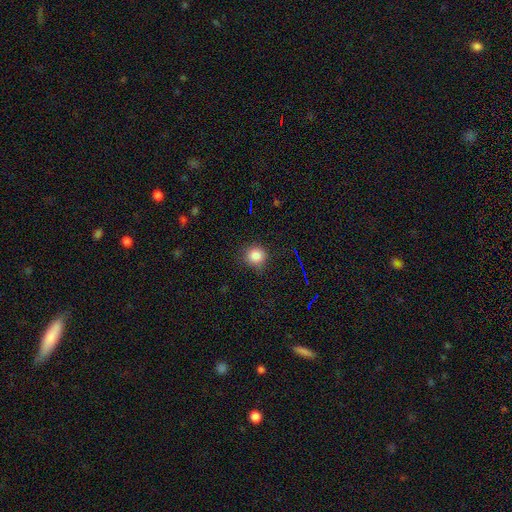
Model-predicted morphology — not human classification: A smooth galaxy with no disk features (84%) that is round (89%). Merging: none (81%).